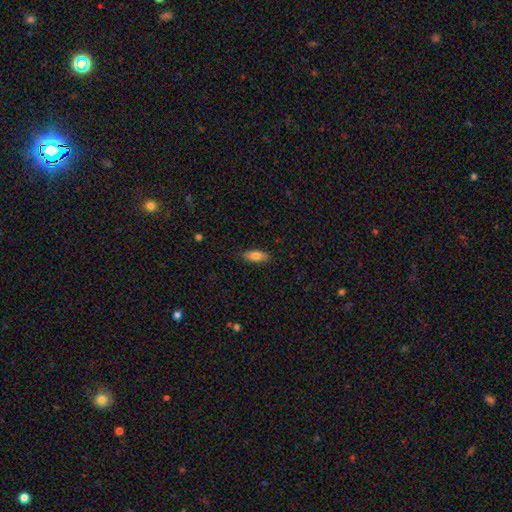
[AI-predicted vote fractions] Smooth or featured? Predicted: smooth (p=0.79). How rounded? Predicted: in between (p=0.75). Merging? Predicted: none (p=0.86).